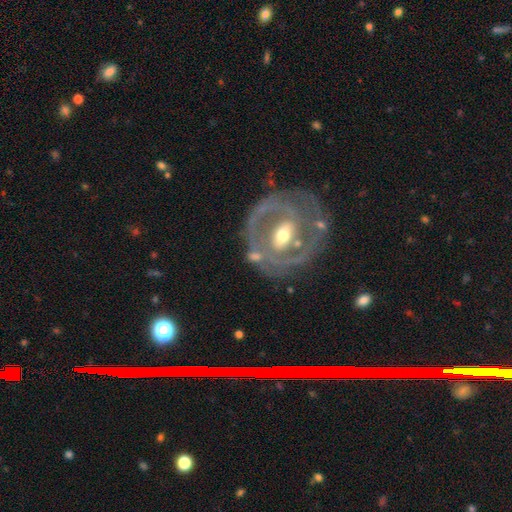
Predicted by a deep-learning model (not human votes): Smooth or featured? featured or disk (82%)
Edge-on disk? no (96%)
Bar? weak (40%)
Spiral arms? yes (73%)
Spiral winding? tight (57%)
Spiral arm count? 2 (53%)
Bulge size? moderate (68%)
Merging? none (66%)